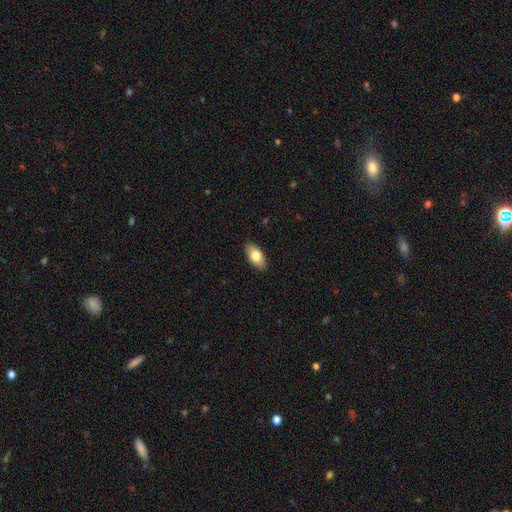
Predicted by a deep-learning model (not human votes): Smooth or featured?
  - smooth: 78% *
  - featured or disk: 15%
  - star or artifact: 6%
How rounded?
  - in between: 92% *
  - cigar-shaped: 5%
  - round: 3%
Merging?
  - none: 89% *
  - minor disturbance: 9%
  - major disturbance: 2%
  - merger: 1%